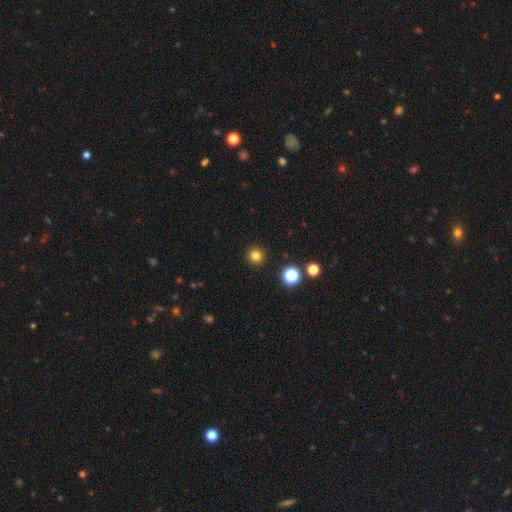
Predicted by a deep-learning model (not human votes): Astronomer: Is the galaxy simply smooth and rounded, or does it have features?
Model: smooth — 81%.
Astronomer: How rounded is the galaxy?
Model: round — 95%.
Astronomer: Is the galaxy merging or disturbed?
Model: none — 92%.